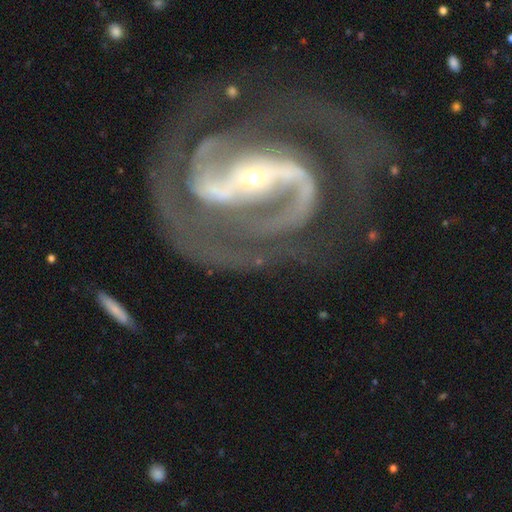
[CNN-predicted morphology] Smooth or featured? featured or disk (92%)
Edge-on disk? no (97%)
Bar? strong (66%)
Spiral arms? yes (98%)
Spiral winding? medium (50%)
Spiral arm count? 2 (83%)
Bulge size? small (81%)
Merging? none (61%)